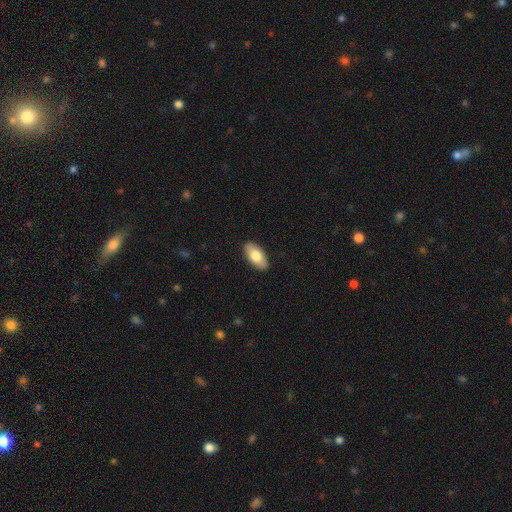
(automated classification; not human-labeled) Morphology: type=smooth (79%); roundness=in between (93%); merging=none (90%).